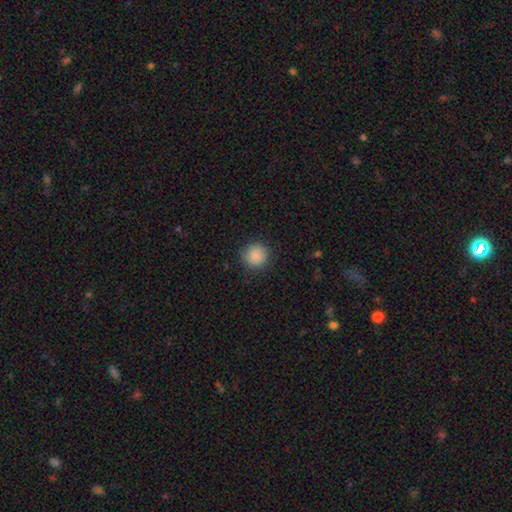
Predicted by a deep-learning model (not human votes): This is clearly a smooth galaxy (88%). How rounded: clearly round (94%). Merging: clearly none (90%).